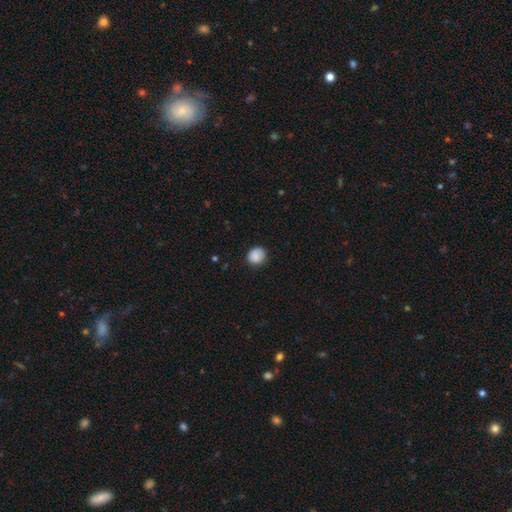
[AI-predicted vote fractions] This is clearly a smooth galaxy (87%). How rounded: clearly round (84%). Merging: clearly none (82%).